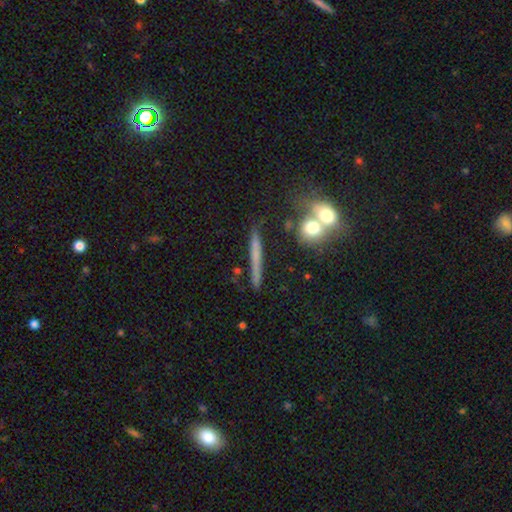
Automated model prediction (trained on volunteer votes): Smooth or featured: smooth — 48% (featured or disk — 41%)
Merging: none — 75% (minor disturbance — 11%)